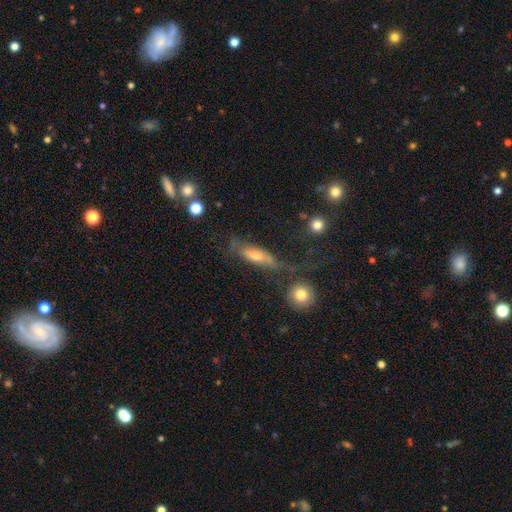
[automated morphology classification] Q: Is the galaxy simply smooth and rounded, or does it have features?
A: smooth — 47%.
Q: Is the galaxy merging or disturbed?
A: none — 52%.